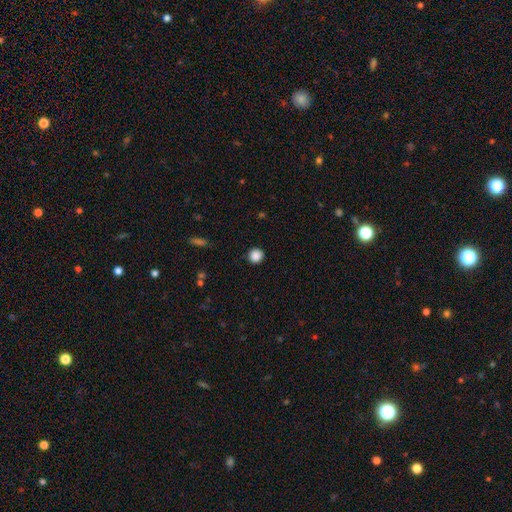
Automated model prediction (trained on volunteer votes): Smooth or featured? smooth (87%)
How rounded? round (93%)
Merging? none (90%)